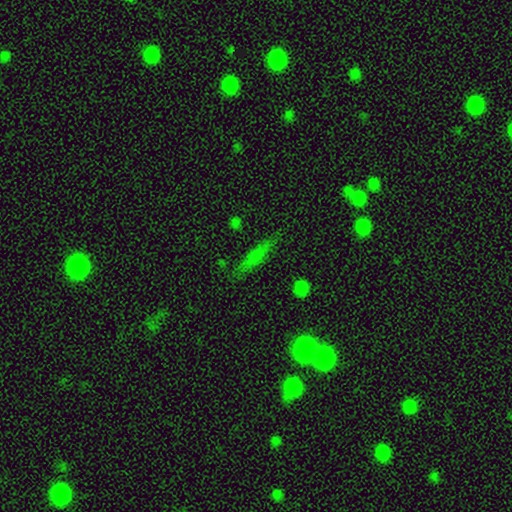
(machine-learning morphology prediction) smooth_or_featured: smooth (p=0.57) [alt: featured or disk p=0.25]
how_rounded: cigar-shaped (p=0.79) [alt: in between p=0.17]
merging: none (p=0.84) [alt: minor disturbance p=0.11]